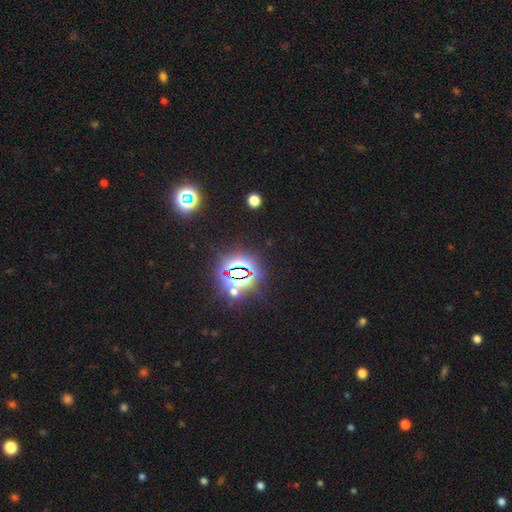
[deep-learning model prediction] smooth_or_featured: star or artifact (p=0.82) [alt: smooth p=0.11]